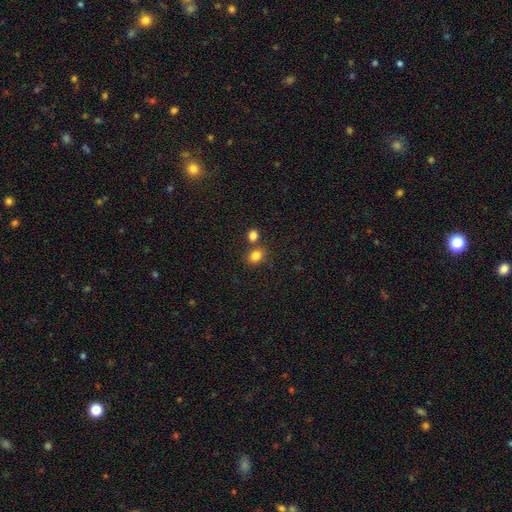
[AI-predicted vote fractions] This is clearly a smooth galaxy (83%). How rounded: possibly round (52%). Merging: likely none (64%).